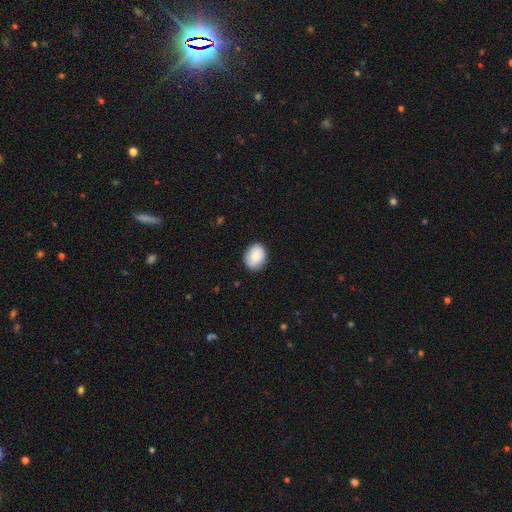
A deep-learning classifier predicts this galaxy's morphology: The model was most divided on "how rounded": in between: 61%, round: 38%, cigar-shaped: 1%. More confident: smooth or featured — smooth (88%); merging — none (84%).